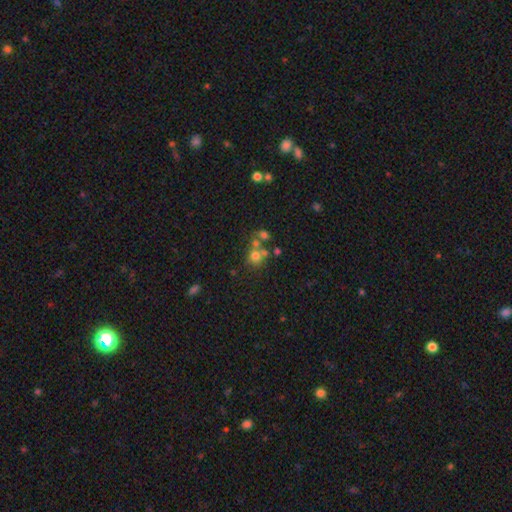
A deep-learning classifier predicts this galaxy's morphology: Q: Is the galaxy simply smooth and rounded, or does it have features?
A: smooth — 65%.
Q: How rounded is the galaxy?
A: round — 81%.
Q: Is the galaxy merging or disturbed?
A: none — 49%.